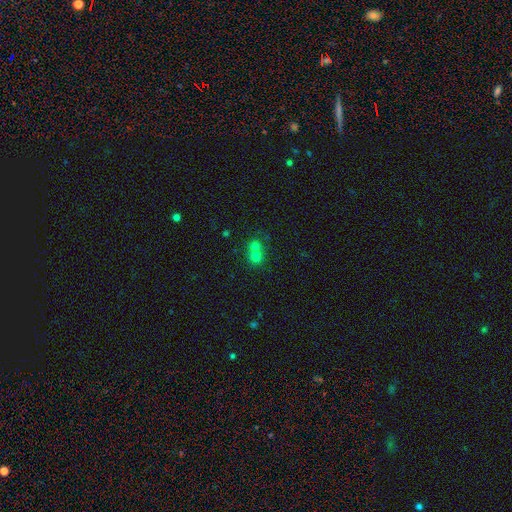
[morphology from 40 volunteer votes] This appears to be a smooth galaxy with no disk features (70%) that is round (79%). Merging: merger (57%).